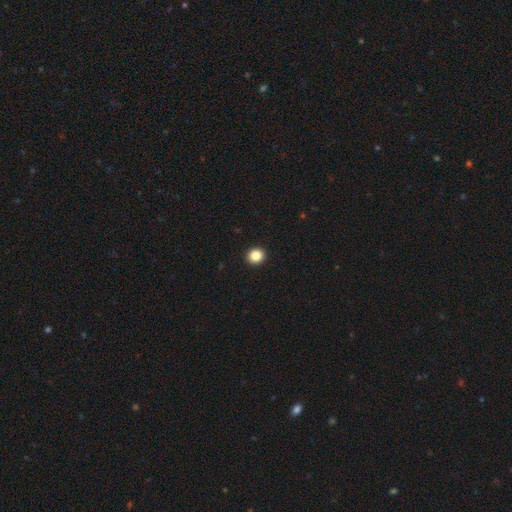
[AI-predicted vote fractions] Morphology: type=smooth (86%); roundness=round (87%); merging=none (94%).